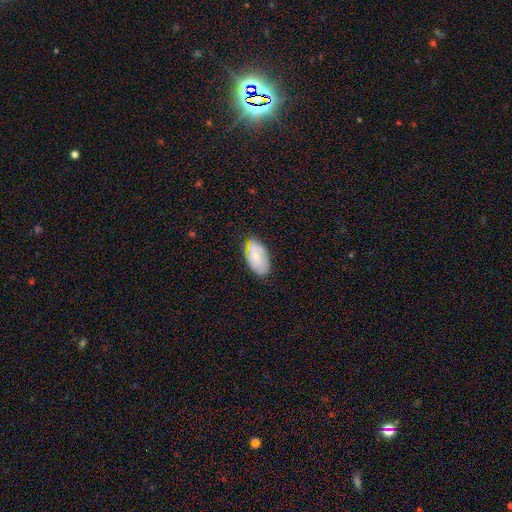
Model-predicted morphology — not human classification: The model was most divided on "smooth or featured": smooth: 61%, featured or disk: 31%, star or artifact: 8%. More confident: how rounded — in between (94%); merging — none (71%).